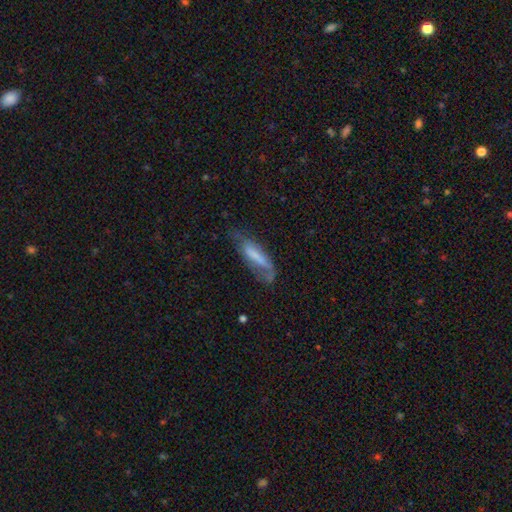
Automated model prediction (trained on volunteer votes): smooth-or-featured: smooth: 54% | featured or disk: 37% | star or artifact: 8%
  how-rounded: cigar-shaped: 60% | in between: 38% | round: 2%
  merging: none: 41% | minor disturbance: 31% | major disturbance: 24% | merger: 4%